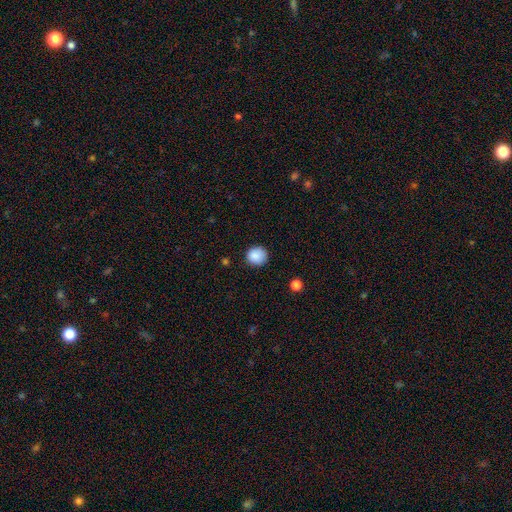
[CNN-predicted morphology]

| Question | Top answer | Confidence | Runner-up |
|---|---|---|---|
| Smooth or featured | smooth | 88% | star or artifact (9%) |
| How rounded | round | 88% | in between (11%) |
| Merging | none | 87% | minor disturbance (10%) |